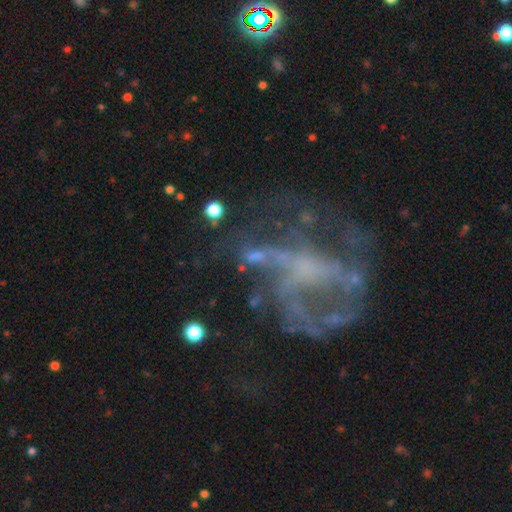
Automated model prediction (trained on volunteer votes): Smooth or featured? Predicted: featured or disk (p=0.62). Edge-on disk? Predicted: no (p=0.97). Bar? Predicted: no (p=0.71). Spiral arms? Predicted: no (p=0.52). Bulge size? Predicted: none (p=0.54). Merging? Predicted: none (p=0.42).